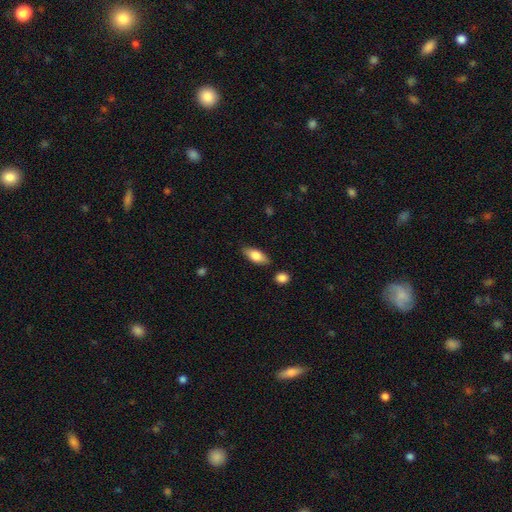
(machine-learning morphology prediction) A smooth galaxy with no disk features (77%) that is in between round and cigar-shaped (82%).

Vote fractions:
- Smooth or featured? smooth: 77% / featured or disk: 16% / star or artifact: 6%
- How rounded? in between: 82% / cigar-shaped: 15% / round: 3%
- Merging? none: 83% / minor disturbance: 11% / merger: 3% / major disturbance: 2%